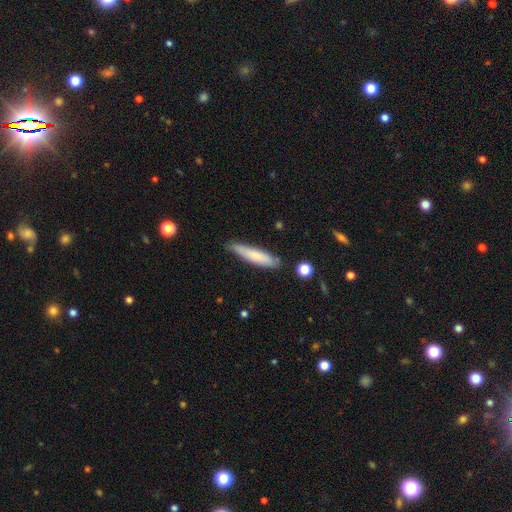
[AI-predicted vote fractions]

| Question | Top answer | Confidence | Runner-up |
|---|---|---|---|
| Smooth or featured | smooth | 71% | featured or disk (23%) |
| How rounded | cigar-shaped | 85% | in between (14%) |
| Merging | none | 78% | minor disturbance (17%) |